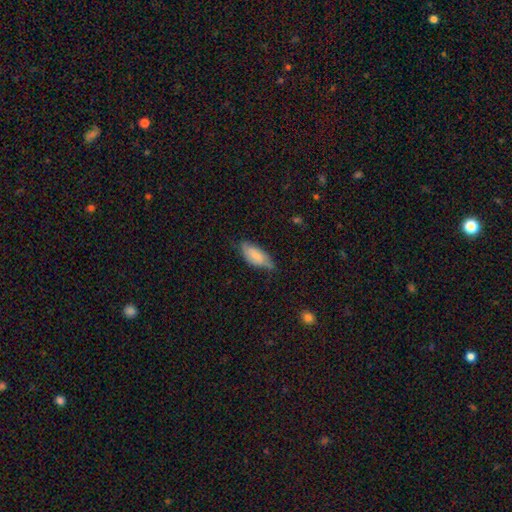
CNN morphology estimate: type=smooth (72%); roundness=in between (84%); merging=none (53%).